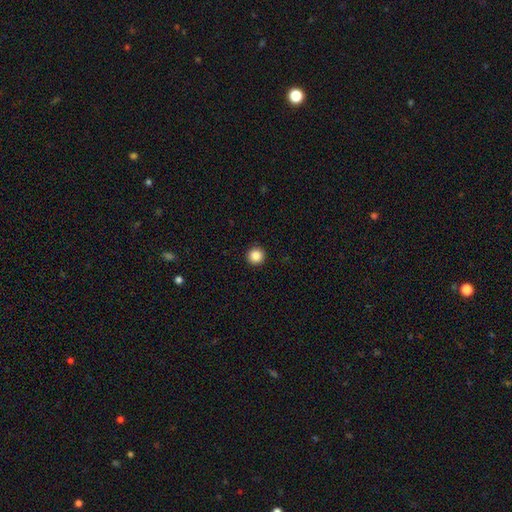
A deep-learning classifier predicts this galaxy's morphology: Smooth or featured: smooth — 86% (star or artifact — 10%)
How rounded: round — 96% (in between — 3%)
Merging: none — 93% (minor disturbance — 4%)